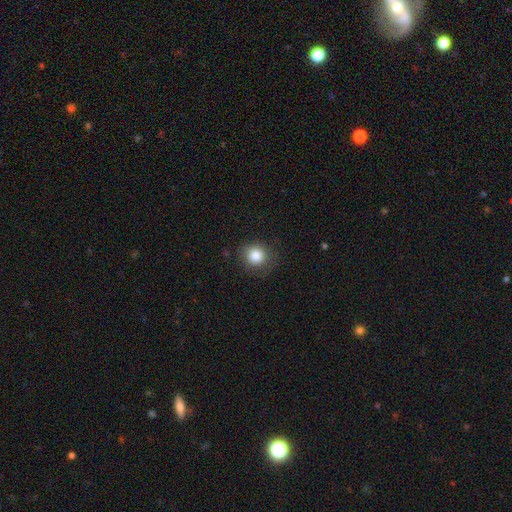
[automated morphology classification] A smooth galaxy with no disk features (83%) that is round (87%).

Vote fractions:
- Smooth or featured? smooth: 83% / star or artifact: 11% / featured or disk: 6%
- How rounded? round: 87% / in between: 12% / cigar-shaped: 1%
- Merging? none: 83% / minor disturbance: 12% / major disturbance: 4% / merger: 1%